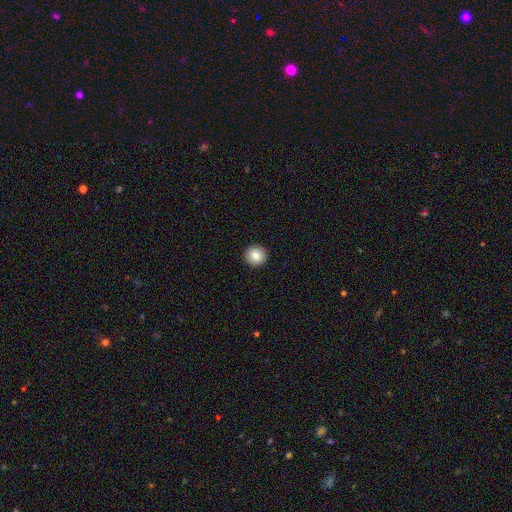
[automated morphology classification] Smooth or featured? Predicted: smooth (p=0.85). How rounded? Predicted: round (p=0.95). Merging? Predicted: none (p=0.93).